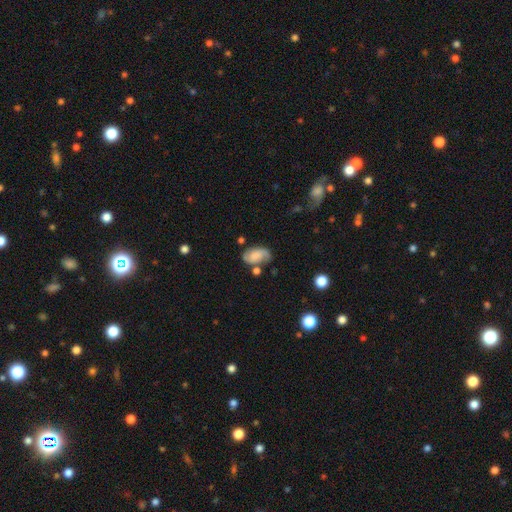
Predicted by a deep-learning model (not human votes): The model was most divided on "smooth or featured": smooth: 48%, featured or disk: 42%, star or artifact: 9%. More confident: merging — none (58%).